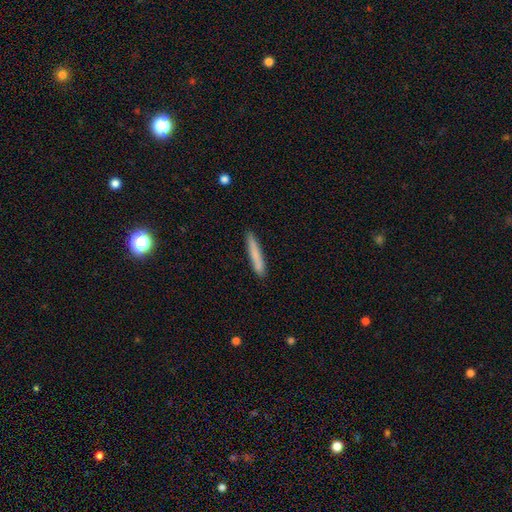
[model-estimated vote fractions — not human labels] A smooth galaxy with no disk features (78%) that is cigar-shaped (95%). Merging: none (88%).